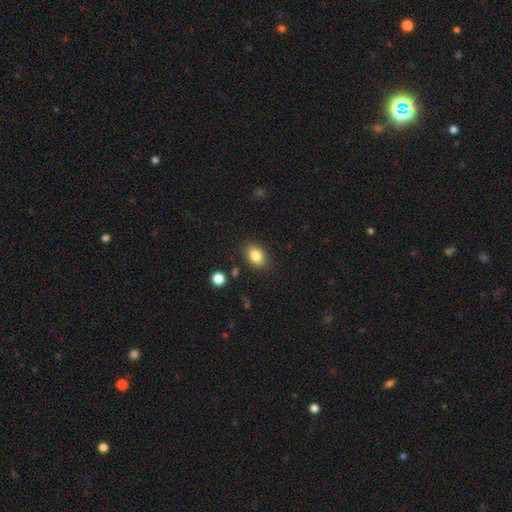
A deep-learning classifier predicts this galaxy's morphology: The model was most divided on "how rounded": in between: 77%, round: 22%, cigar-shaped: 1%. More confident: merging — none (86%); smooth or featured — smooth (83%).